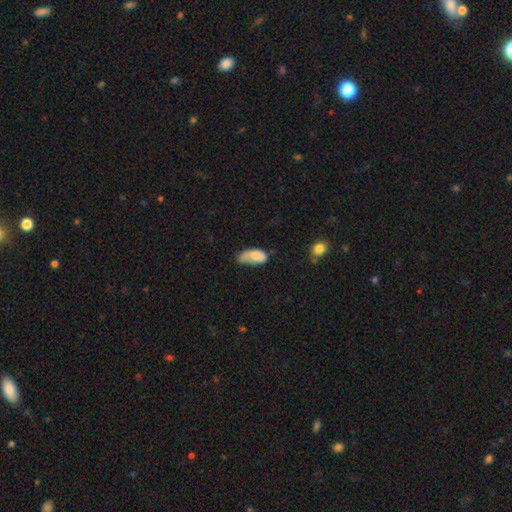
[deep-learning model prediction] This is likely a smooth galaxy (73%). How rounded: clearly in between (91%). Merging: marginally minor disturbance (39%).